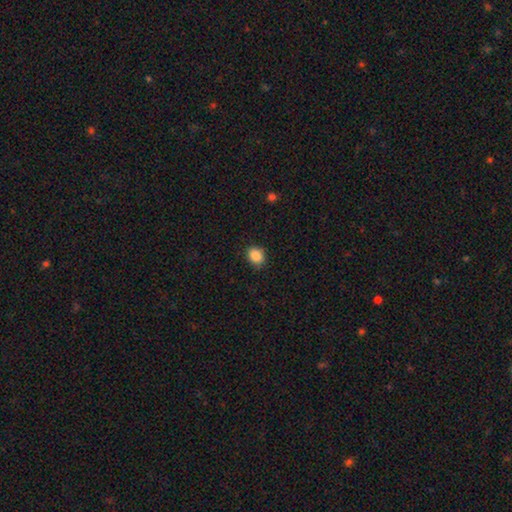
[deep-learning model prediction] Morphology: type=smooth (88%); roundness=in between (50%); merging=none (85%).